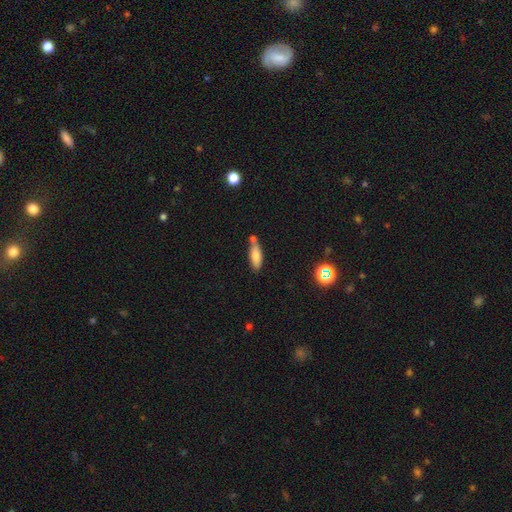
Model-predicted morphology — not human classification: A smooth galaxy with no disk features (76%) that is in between round and cigar-shaped (51%).

Vote fractions:
- Smooth or featured? smooth: 76% / featured or disk: 15% / star or artifact: 9%
- How rounded? in between: 51% / cigar-shaped: 46% / round: 2%
- Merging? none: 58% / merger: 20% / minor disturbance: 18% / major disturbance: 4%